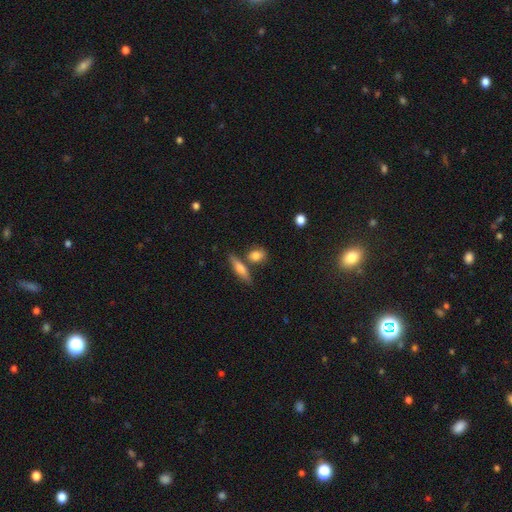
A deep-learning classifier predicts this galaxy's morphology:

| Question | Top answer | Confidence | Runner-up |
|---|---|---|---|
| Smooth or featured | smooth | 77% | featured or disk (15%) |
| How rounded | in between | 49% | round (37%) |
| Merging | none | 63% | merger (19%) |